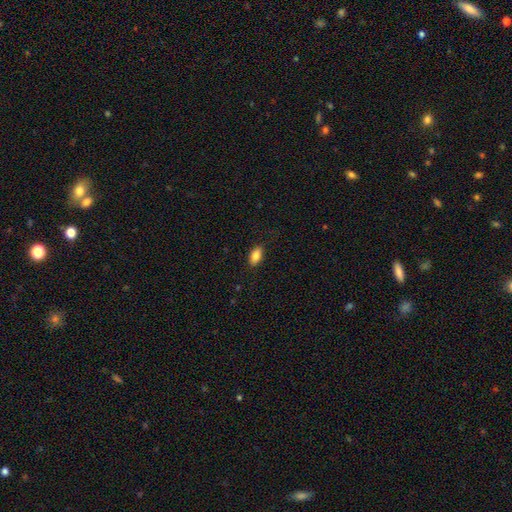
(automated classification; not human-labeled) Smooth or featured?
  - smooth: 84% *
  - featured or disk: 9%
  - star or artifact: 8%
How rounded?
  - in between: 89% *
  - cigar-shaped: 7%
  - round: 4%
Merging?
  - none: 86% *
  - minor disturbance: 11%
  - major disturbance: 2%
  - merger: 1%